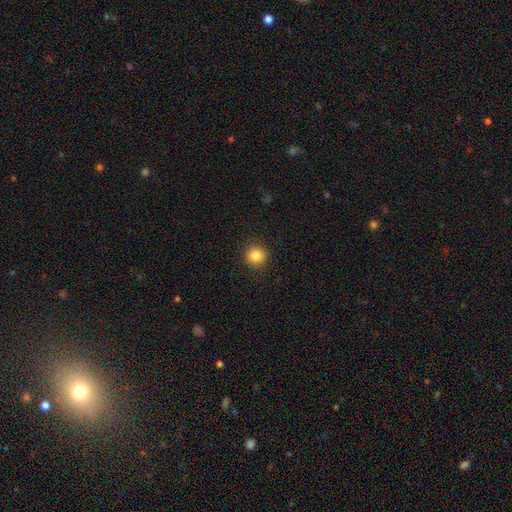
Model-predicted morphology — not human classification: smooth-or-featured: smooth: 84% | star or artifact: 11% | featured or disk: 5%
  how-rounded: round: 94% | in between: 5% | cigar-shaped: 1%
  merging: none: 91% | minor disturbance: 6% | major disturbance: 2% | merger: 1%